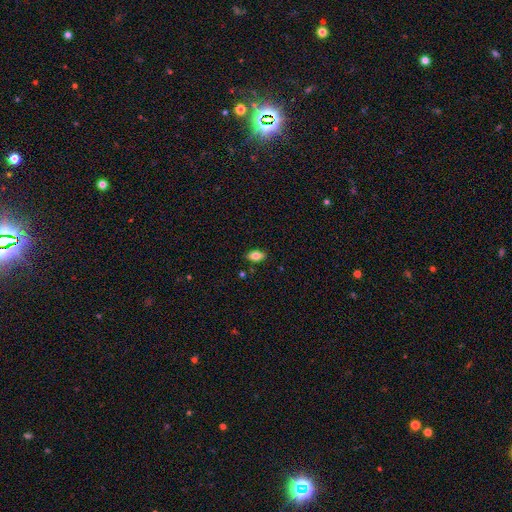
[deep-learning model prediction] This appears to be a smooth galaxy with no disk features (79%) that is in between round and cigar-shaped (90%). Merging: none (86%).